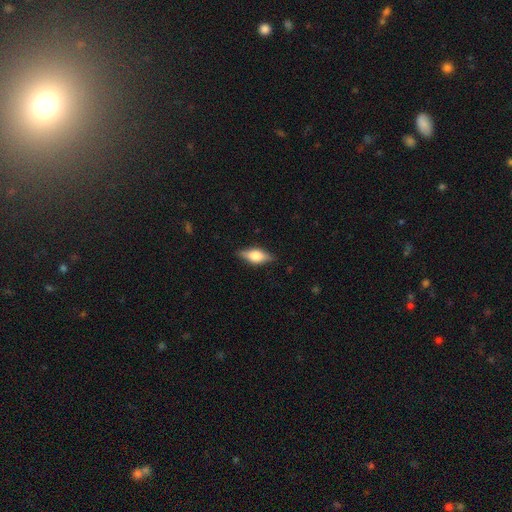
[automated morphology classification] Smooth or featured? smooth (50%)
Merging? none (83%)